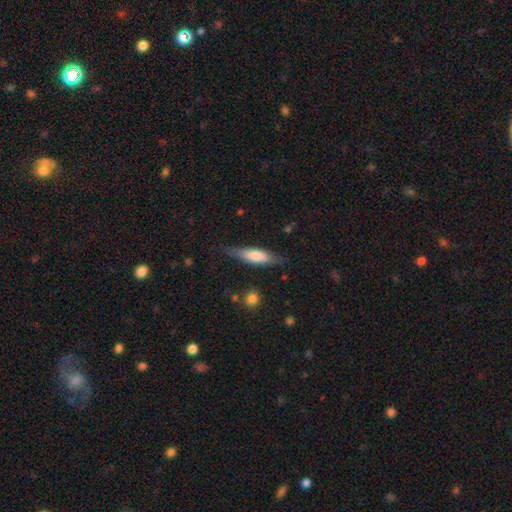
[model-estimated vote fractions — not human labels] smooth-or-featured: smooth: 61% | featured or disk: 33% | star or artifact: 6%
  how-rounded: cigar-shaped: 64% | in between: 34% | round: 2%
  merging: none: 75% | minor disturbance: 19% | major disturbance: 5% | merger: 2%